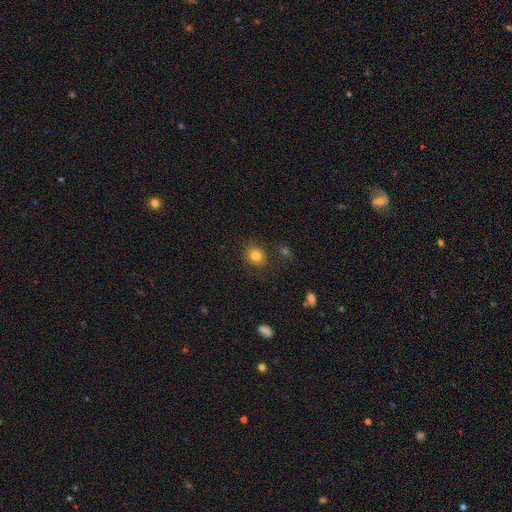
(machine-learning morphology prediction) This is clearly a smooth galaxy (81%). How rounded: likely round (69%). Merging: clearly none (84%).